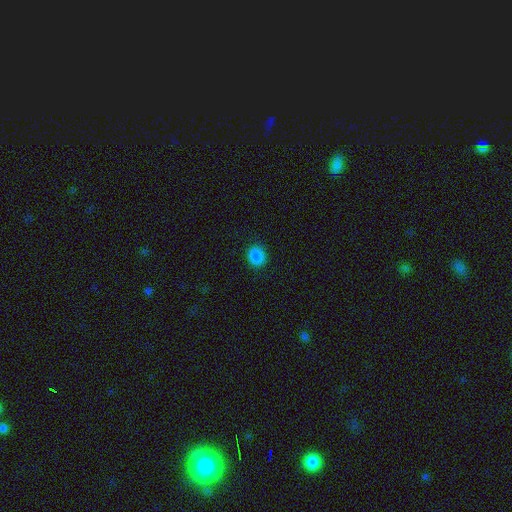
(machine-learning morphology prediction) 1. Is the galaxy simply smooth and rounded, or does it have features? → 87% smooth, 10% star or artifact, 3% featured or disk.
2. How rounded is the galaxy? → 79% round, 20% in between, 1% cigar-shaped.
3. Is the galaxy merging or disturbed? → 91% none, 6% minor disturbance, 2% major disturbance, 1% merger.